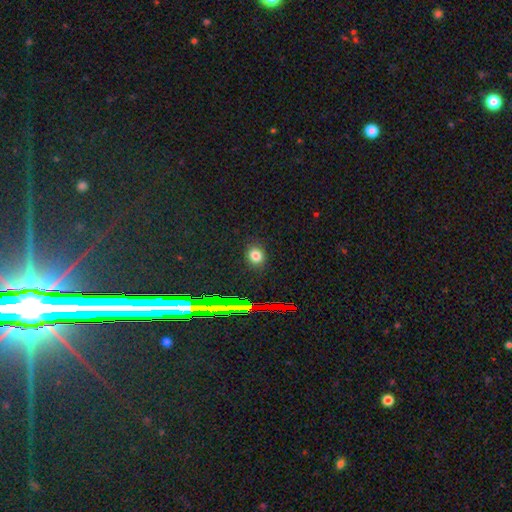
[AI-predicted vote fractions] Smooth or featured? smooth (77%)
How rounded? round (65%)
Merging? none (89%)